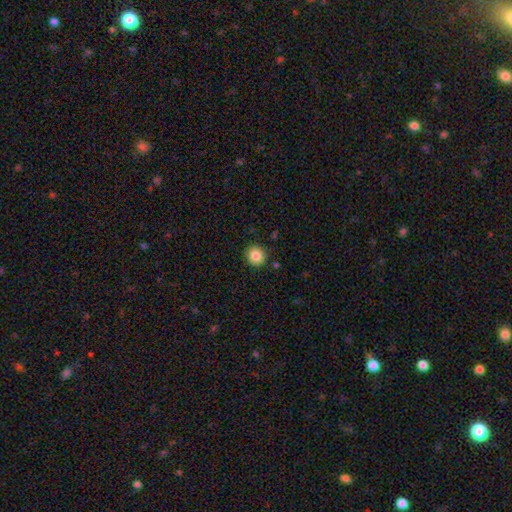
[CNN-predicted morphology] Smooth or featured? smooth (85%)
How rounded? round (93%)
Merging? none (90%)